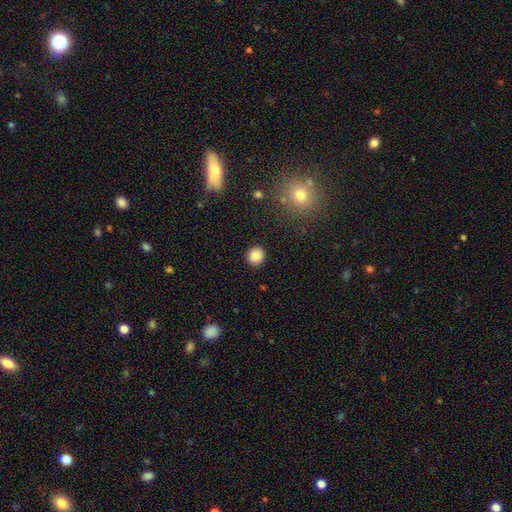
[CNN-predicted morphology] Smooth or featured? smooth (87%)
How rounded? round (84%)
Merging? none (90%)